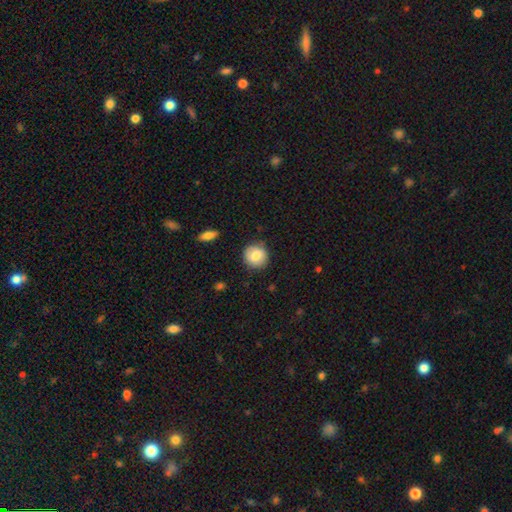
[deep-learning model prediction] Overall: smooth (75%). How rounded: round (88%). Merging: none (85%).